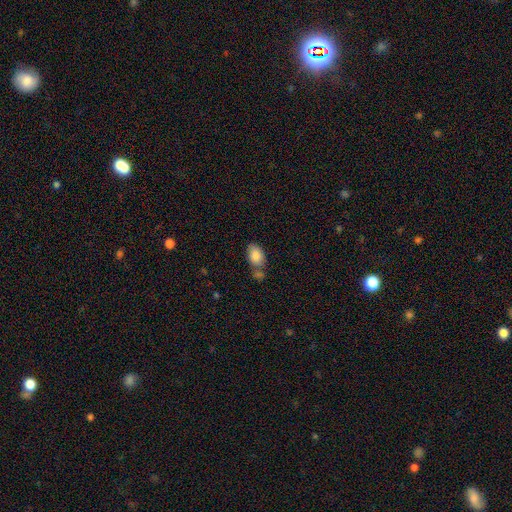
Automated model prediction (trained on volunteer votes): Overall: smooth (84%). How rounded: in between (85%). Merging: none (50%; merger 28%).